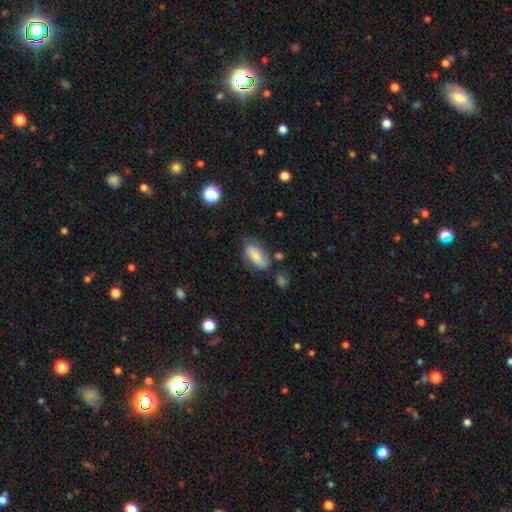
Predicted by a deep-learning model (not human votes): Morphology: type=smooth (70%); roundness=in between (84%); merging=none (63%).